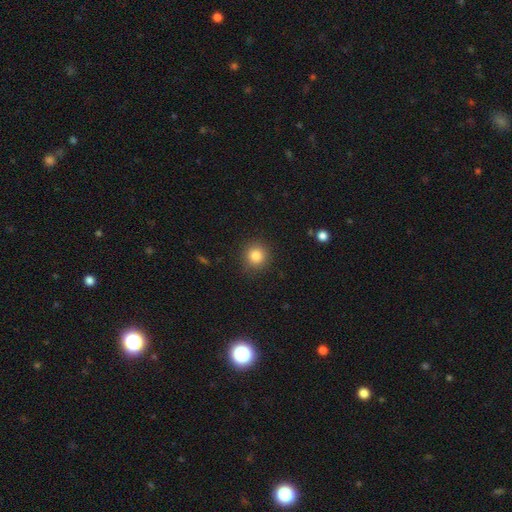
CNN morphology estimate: This appears to be a smooth galaxy with no disk features (83%) that is round (92%). Merging: none (89%).